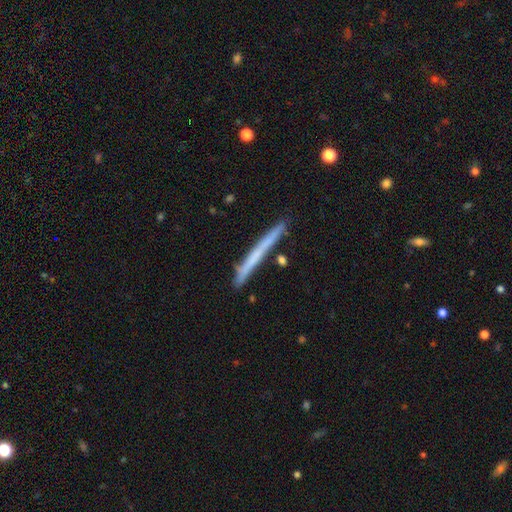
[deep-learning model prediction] smooth 54%, featured or disk 41%, star or artifact 6%. Down the decision tree: how rounded — cigar-shaped (97%); merging — none (86%).